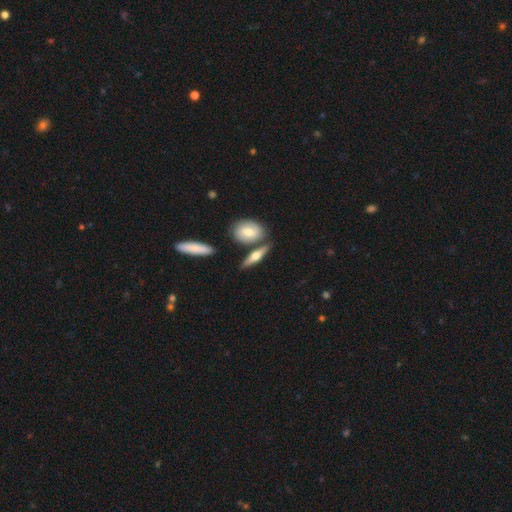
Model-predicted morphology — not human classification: A smooth galaxy with no disk features (50%).

Vote fractions:
- Smooth or featured? smooth: 50% / featured or disk: 44% / star or artifact: 6%
- Merging? none: 71% / merger: 15% / minor disturbance: 11% / major disturbance: 3%